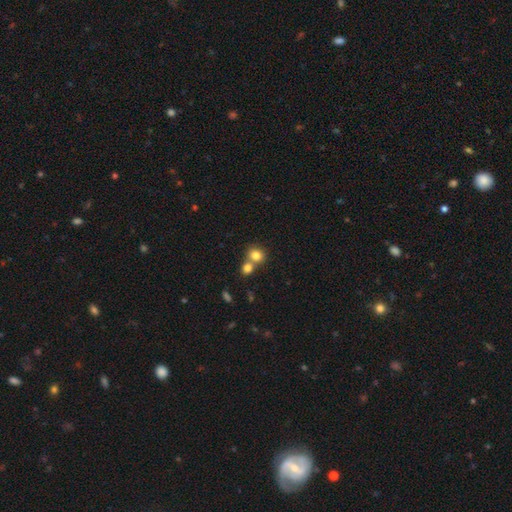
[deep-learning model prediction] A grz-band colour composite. It shows a smooth galaxy with no disk features (80%) that is round (80%). Merging: merger (48%).